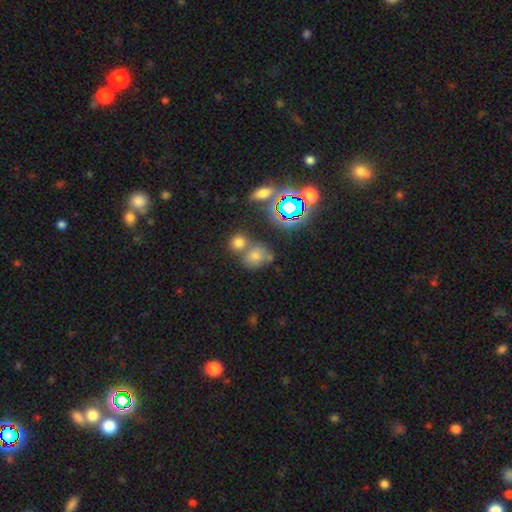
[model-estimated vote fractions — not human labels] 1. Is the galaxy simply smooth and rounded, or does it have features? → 60% smooth, 26% star or artifact, 14% featured or disk.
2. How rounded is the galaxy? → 57% round, 41% in between, 2% cigar-shaped.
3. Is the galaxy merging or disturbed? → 44% none, 38% merger, 12% minor disturbance, 6% major disturbance.